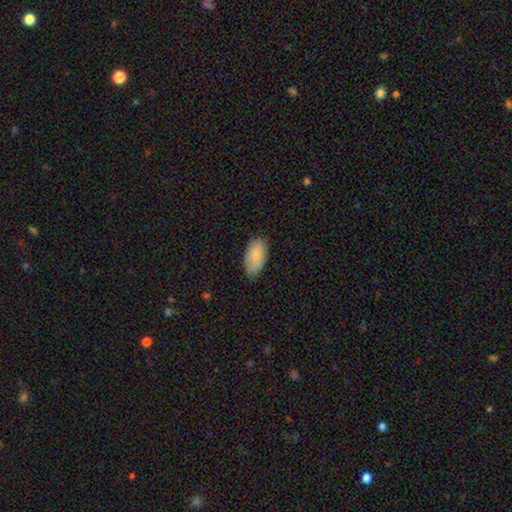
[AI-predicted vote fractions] Overall: smooth (86%). How rounded: in between (95%). Merging: none (77%).